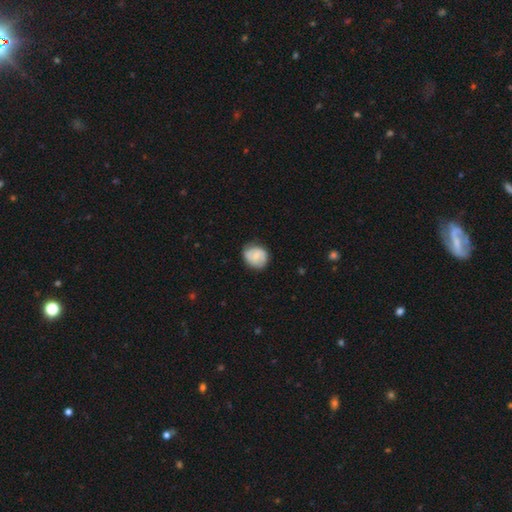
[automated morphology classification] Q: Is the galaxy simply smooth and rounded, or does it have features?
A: featured or disk — 49%.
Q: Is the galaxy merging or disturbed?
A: none — 72%.